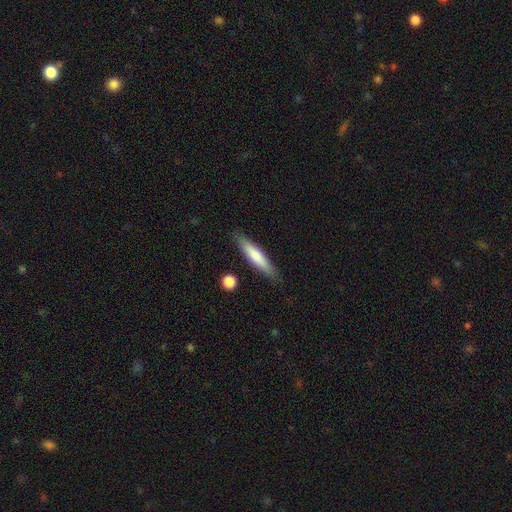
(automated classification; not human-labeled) A smooth galaxy with no disk features (66%) that is cigar-shaped (86%). Merging: none (87%).